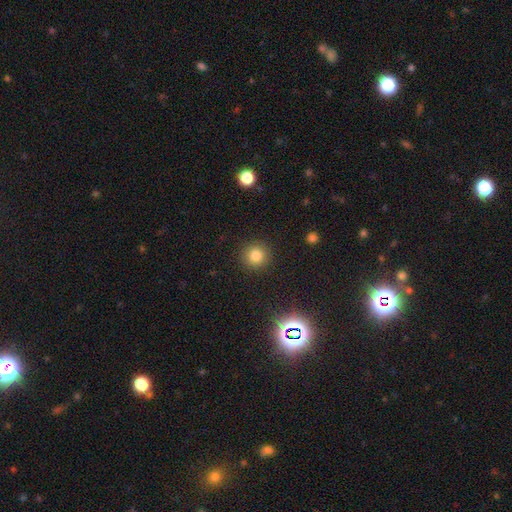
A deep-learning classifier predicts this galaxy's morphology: Smooth or featured? Predicted: smooth (p=0.80). How rounded? Predicted: round (p=0.93). Merging? Predicted: none (p=0.90).